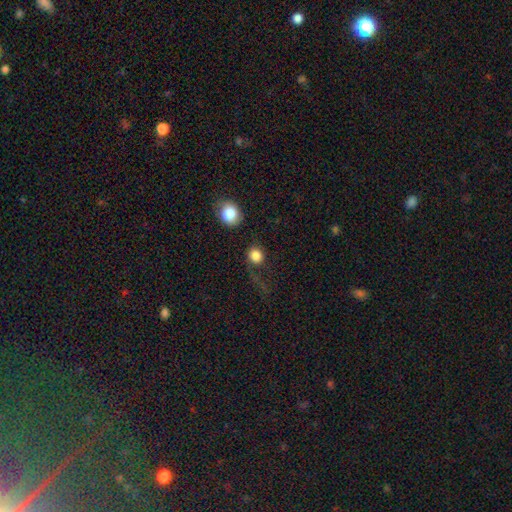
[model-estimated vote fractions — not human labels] The model was most divided on "merging": none: 57%, major disturbance: 19%, minor disturbance: 15%, merger: 9%. More confident: smooth or featured — smooth (84%); how rounded — round (84%).